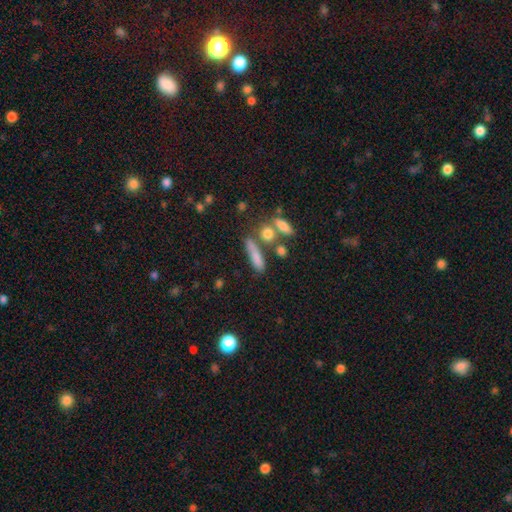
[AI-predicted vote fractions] Smooth or featured?
  - smooth: 74% *
  - featured or disk: 15%
  - star or artifact: 11%
How rounded?
  - cigar-shaped: 70% *
  - in between: 23%
  - round: 7%
Merging?
  - none: 57% *
  - merger: 20%
  - minor disturbance: 15%
  - major disturbance: 7%